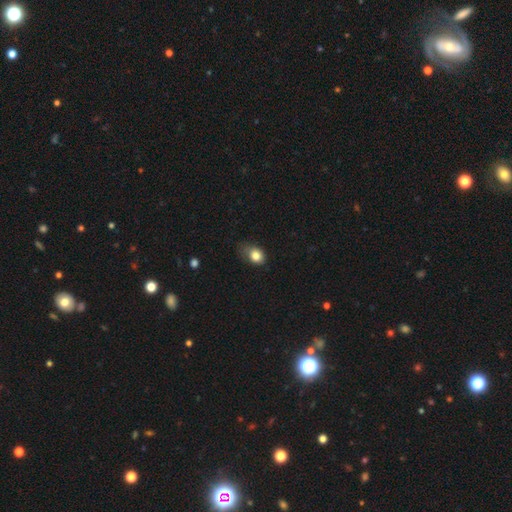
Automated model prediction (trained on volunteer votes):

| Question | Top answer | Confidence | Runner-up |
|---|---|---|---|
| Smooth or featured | smooth | 83% | star or artifact (10%) |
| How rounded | in between | 58% | round (41%) |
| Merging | none | 48% | minor disturbance (38%) |